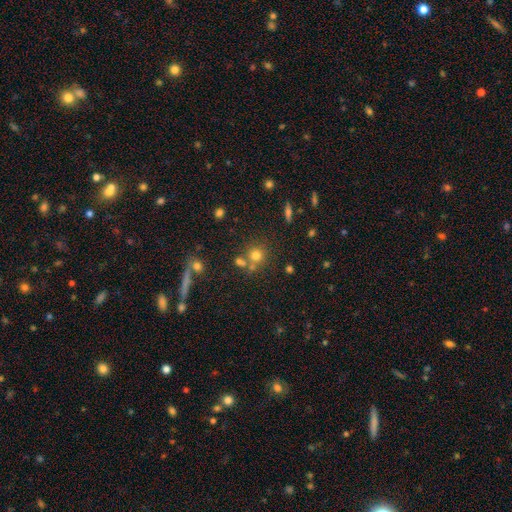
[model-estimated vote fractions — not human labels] Q: Smooth or featured?
A: smooth (66%); runner-up: star or artifact (22%)
Q: How rounded?
A: round (88%); runner-up: in between (11%)
Q: Merging?
A: none (60%); runner-up: merger (27%)